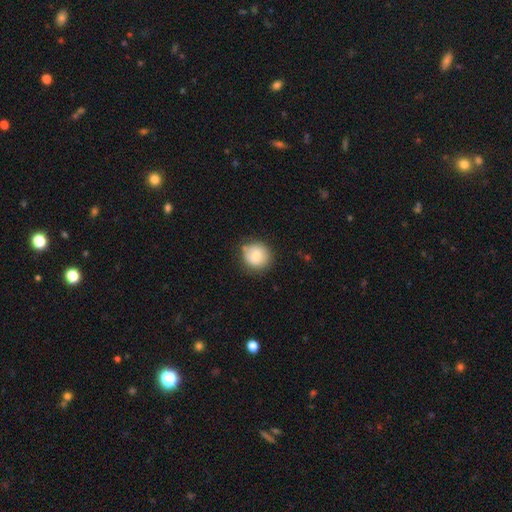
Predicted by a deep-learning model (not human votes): smooth-or-featured: smooth: 77% | featured or disk: 15% | star or artifact: 8%
  how-rounded: round: 91% | in between: 8% | cigar-shaped: 1%
  merging: none: 77% | minor disturbance: 16% | major disturbance: 4% | merger: 3%